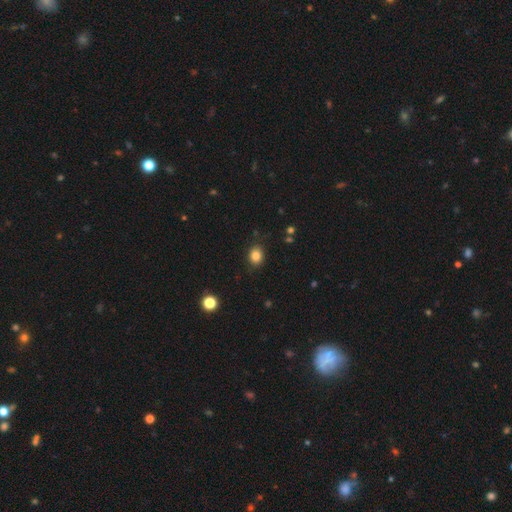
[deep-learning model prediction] Q: Smooth or featured?
A: smooth (84%); runner-up: star or artifact (11%)
Q: How rounded?
A: round (58%); runner-up: in between (41%)
Q: Merging?
A: none (86%); runner-up: minor disturbance (10%)